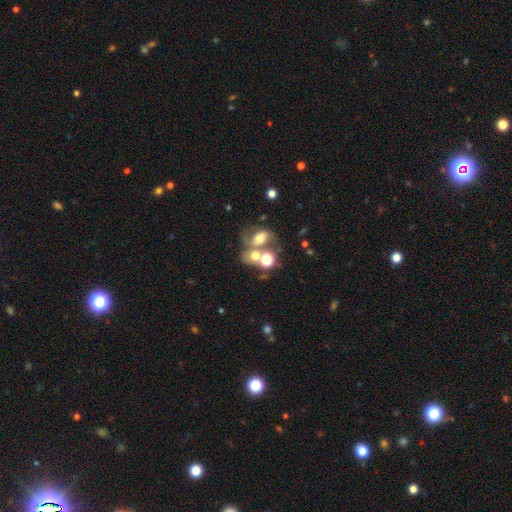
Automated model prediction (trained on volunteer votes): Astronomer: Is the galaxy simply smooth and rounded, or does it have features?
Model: smooth — 52% (runner-up: featured or disk, 30%).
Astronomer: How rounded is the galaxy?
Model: in between — 54% (runner-up: round, 45%).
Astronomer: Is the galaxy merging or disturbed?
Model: merger — 51% (runner-up: none, 27%).